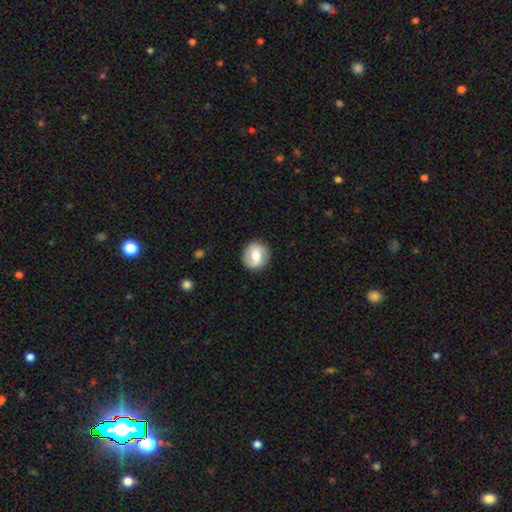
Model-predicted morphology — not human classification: Smooth or featured? smooth (54%)
How rounded? round (88%)
Merging? none (87%)